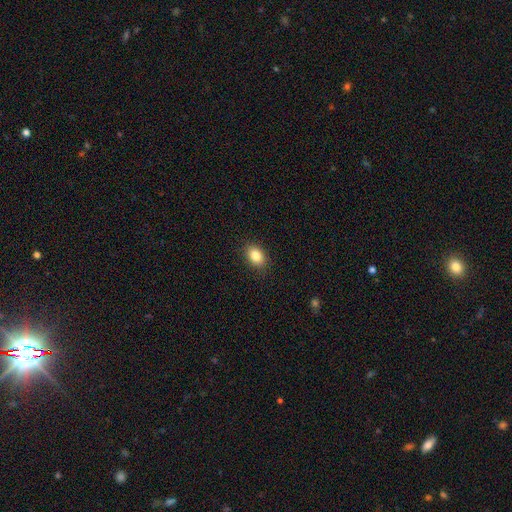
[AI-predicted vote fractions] smooth_or_featured: smooth (p=0.84) [alt: star or artifact p=0.09]
how_rounded: in between (p=0.79) [alt: round p=0.20]
merging: none (p=0.89) [alt: minor disturbance p=0.08]